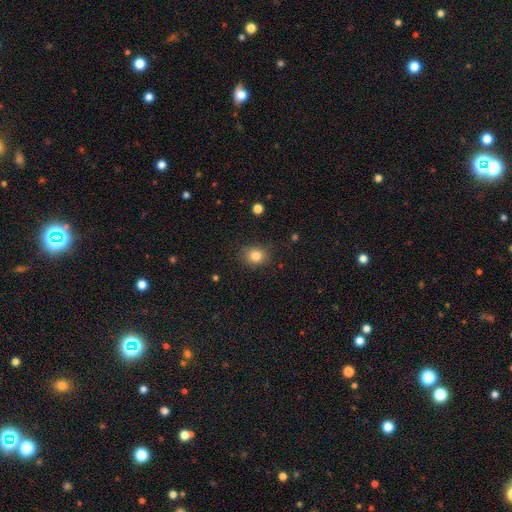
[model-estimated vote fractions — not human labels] smooth-or-featured: smooth: 83% | star or artifact: 11% | featured or disk: 6%
  how-rounded: round: 70% | in between: 29% | cigar-shaped: 1%
  merging: none: 82% | minor disturbance: 13% | major disturbance: 3% | merger: 1%